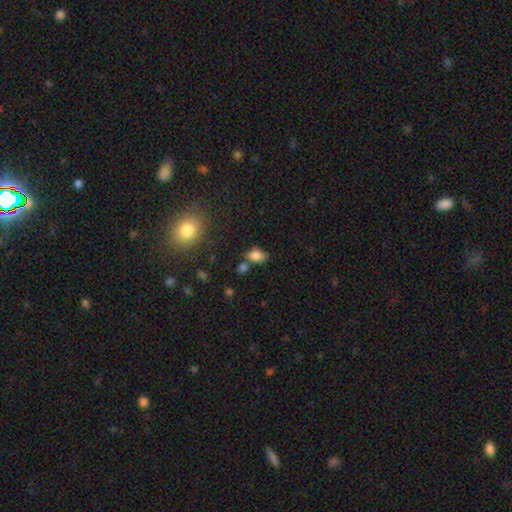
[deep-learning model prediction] smooth-or-featured: smooth: 82% | star or artifact: 11% | featured or disk: 7%
  how-rounded: in between: 86% | round: 12% | cigar-shaped: 2%
  merging: none: 60% | minor disturbance: 18% | merger: 17% | major disturbance: 5%